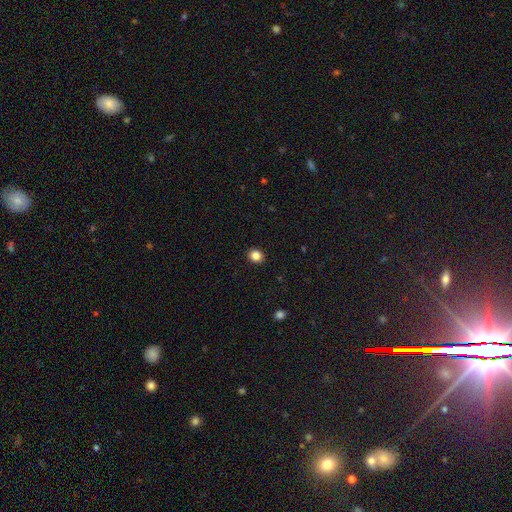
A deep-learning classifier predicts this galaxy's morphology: The model was most divided on "how rounded": round: 73%, in between: 26%, cigar-shaped: 1%. More confident: merging — none (92%); smooth or featured — smooth (85%).